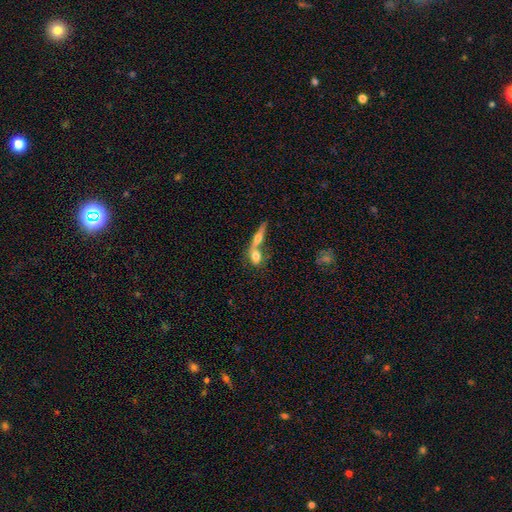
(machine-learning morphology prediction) smooth-or-featured: smooth: 60% | featured or disk: 32% | star or artifact: 8%
  how-rounded: in between: 61% | cigar-shaped: 22% | round: 17%
  merging: merger: 57% | none: 30% | minor disturbance: 8% | major disturbance: 5%